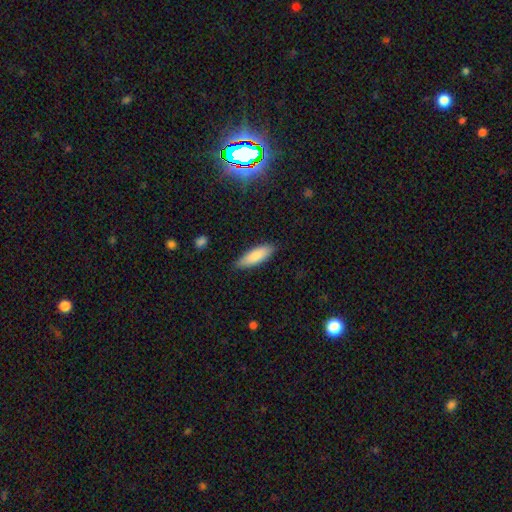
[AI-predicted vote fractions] Overall: smooth (84%). How rounded: in between (53%; cigar-shaped 46%). Merging: none (85%).